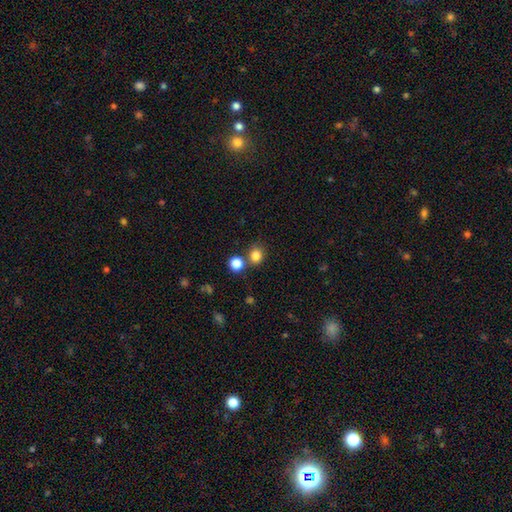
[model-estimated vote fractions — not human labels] smooth-or-featured: smooth: 82% | star or artifact: 13% | featured or disk: 5%
  how-rounded: round: 81% | in between: 18% | cigar-shaped: 1%
  merging: none: 70% | merger: 17% | minor disturbance: 9% | major disturbance: 3%